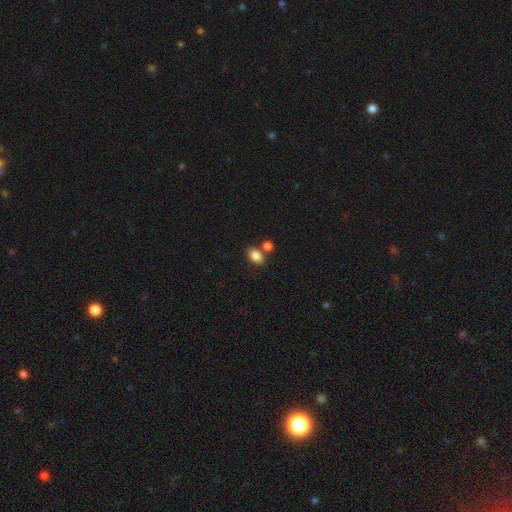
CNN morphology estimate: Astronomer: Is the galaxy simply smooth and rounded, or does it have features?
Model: smooth — 86%.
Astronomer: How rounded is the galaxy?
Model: in between — 83%.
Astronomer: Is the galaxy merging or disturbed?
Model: none — 63%.